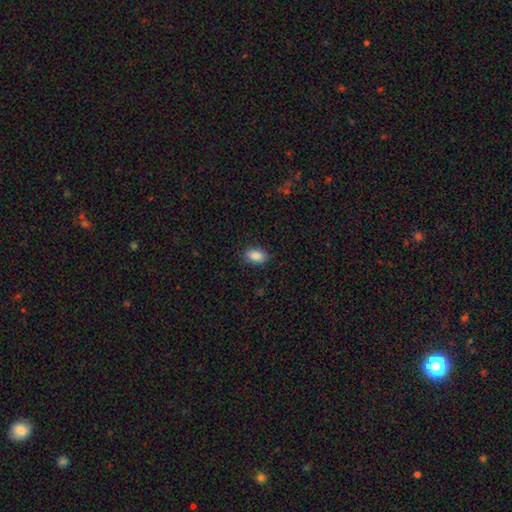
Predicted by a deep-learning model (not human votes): smooth_or_featured: smooth (p=0.87) [alt: star or artifact p=0.08]
how_rounded: in between (p=0.89) [alt: round p=0.09]
merging: none (p=0.85) [alt: minor disturbance p=0.11]